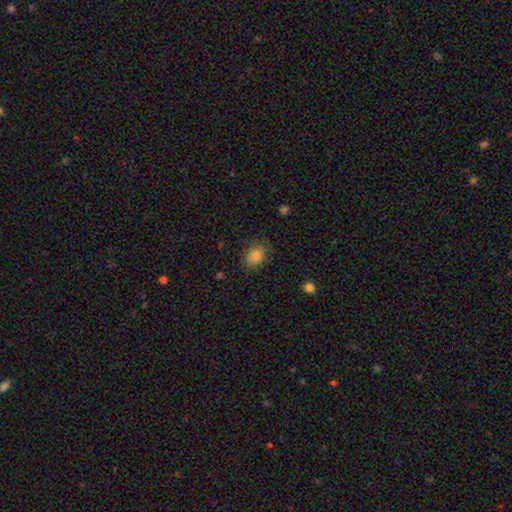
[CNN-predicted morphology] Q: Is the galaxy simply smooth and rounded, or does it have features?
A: smooth — 84%.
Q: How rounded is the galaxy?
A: in between — 62%.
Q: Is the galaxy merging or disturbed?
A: none — 79%.